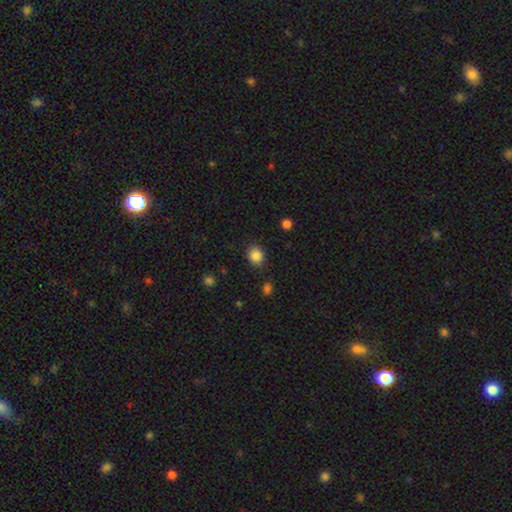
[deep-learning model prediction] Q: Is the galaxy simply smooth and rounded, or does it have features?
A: smooth — 85%.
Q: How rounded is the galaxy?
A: round — 65%.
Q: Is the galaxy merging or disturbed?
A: none — 85%.